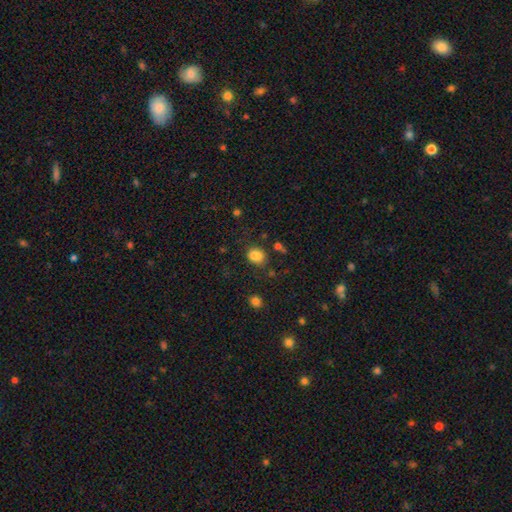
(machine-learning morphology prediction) Overall: smooth (82%). How rounded: in between (51%; round 48%). Merging: none (67%).